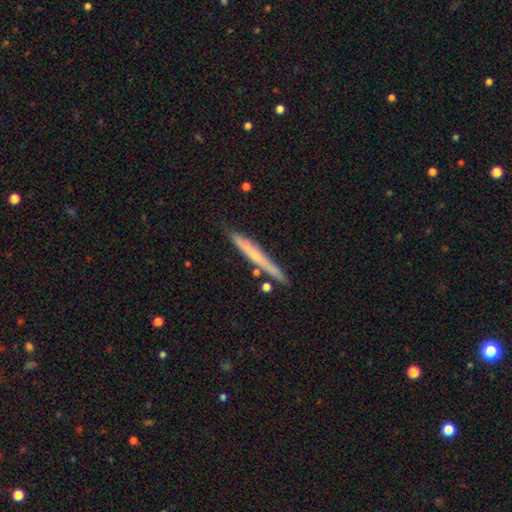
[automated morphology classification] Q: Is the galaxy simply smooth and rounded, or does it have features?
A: featured or disk — 52%.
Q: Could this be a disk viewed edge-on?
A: yes — 93%.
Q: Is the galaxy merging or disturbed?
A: none — 81%.